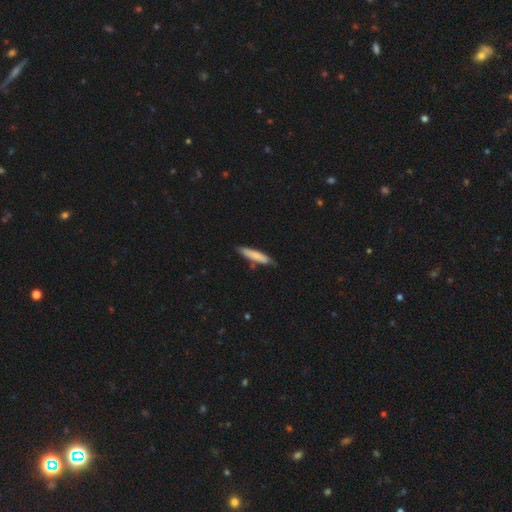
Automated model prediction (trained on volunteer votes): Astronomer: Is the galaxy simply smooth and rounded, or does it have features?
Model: smooth — 79%.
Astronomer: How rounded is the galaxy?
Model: cigar-shaped — 85%.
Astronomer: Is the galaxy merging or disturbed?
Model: none — 79%.